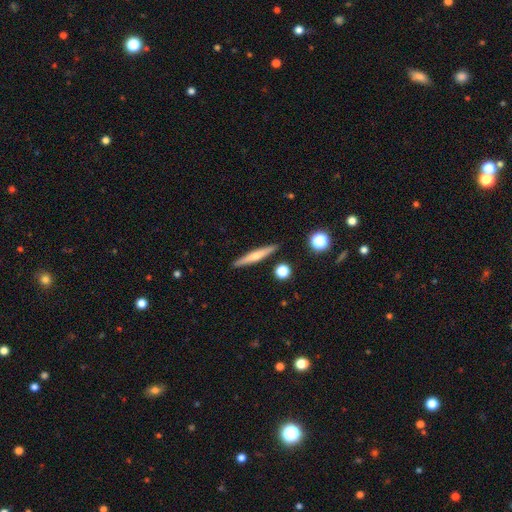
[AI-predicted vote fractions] smooth-or-featured: featured or disk: 48% | smooth: 46% | star or artifact: 6%
  merging: none: 90% | minor disturbance: 7% | merger: 2% | major disturbance: 1%